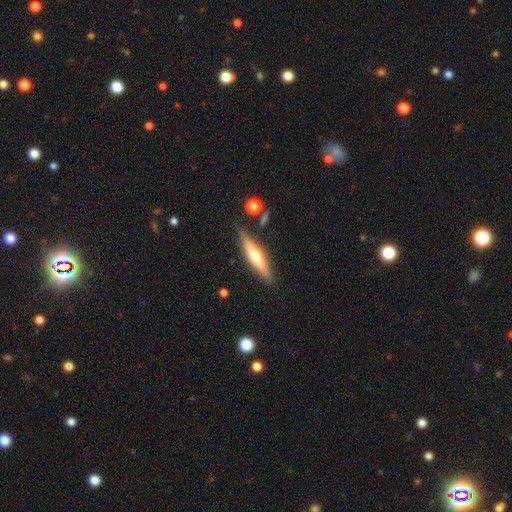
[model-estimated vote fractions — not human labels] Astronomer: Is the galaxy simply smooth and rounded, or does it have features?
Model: featured or disk — 54% (runner-up: smooth, 40%).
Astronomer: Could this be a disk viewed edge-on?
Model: yes — 94%.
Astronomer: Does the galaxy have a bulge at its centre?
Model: rounded — 89%.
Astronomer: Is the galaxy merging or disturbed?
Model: none — 85%.